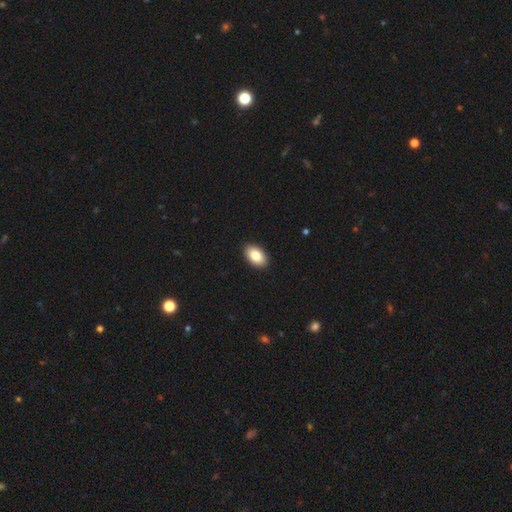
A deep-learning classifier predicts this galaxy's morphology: This appears to be a smooth galaxy with no disk features (85%) that is in between round and cigar-shaped (93%). Merging: none (92%).